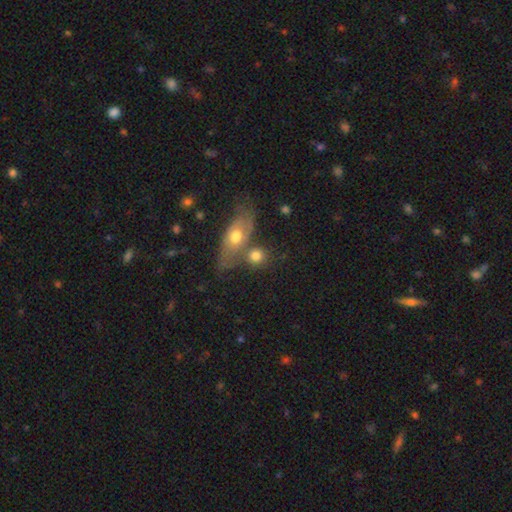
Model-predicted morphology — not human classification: Smooth or featured: smooth — 68% (featured or disk — 22%)
How rounded: round — 69% (in between — 27%)
Merging: none — 49% (merger — 33%)